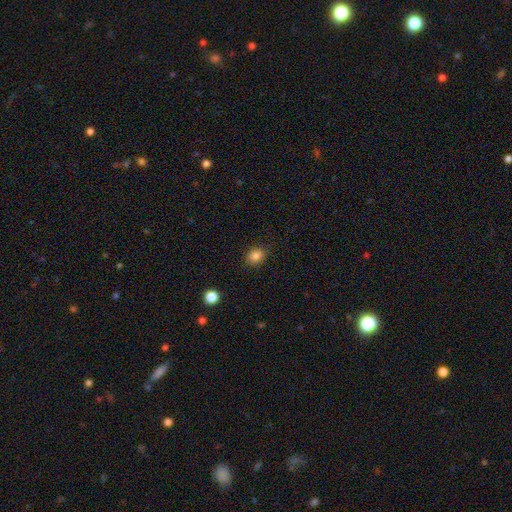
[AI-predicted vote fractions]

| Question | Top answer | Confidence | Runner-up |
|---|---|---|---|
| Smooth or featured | smooth | 85% | star or artifact (11%) |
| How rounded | in between | 53% | round (46%) |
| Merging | none | 86% | minor disturbance (10%) |